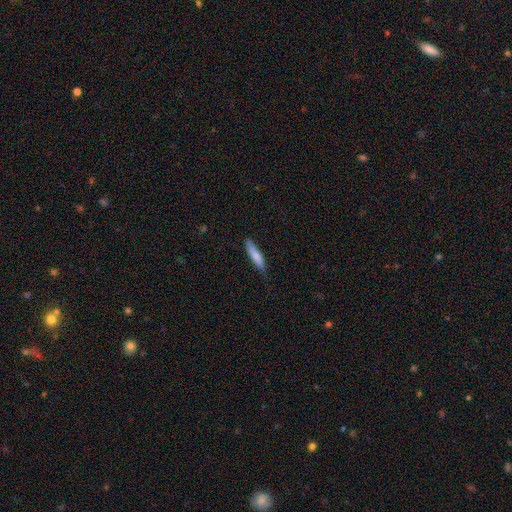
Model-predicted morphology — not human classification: This is likely a smooth galaxy (78%). How rounded: clearly cigar-shaped (83%). Merging: likely none (75%).